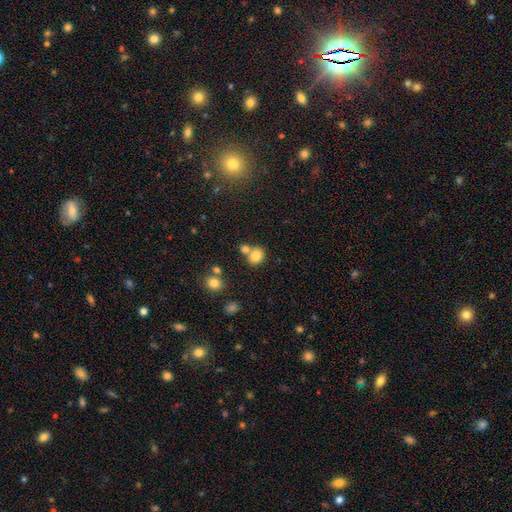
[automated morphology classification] A smooth galaxy with no disk features (79%) that is round (64%).

Vote fractions:
- Smooth or featured? smooth: 79% / star or artifact: 11% / featured or disk: 9%
- How rounded? round: 64% / in between: 36% / cigar-shaped: 1%
- Merging? none: 53% / merger: 33% / minor disturbance: 10% / major disturbance: 4%